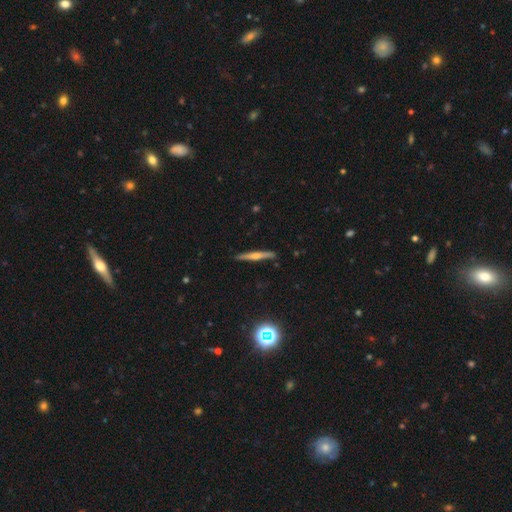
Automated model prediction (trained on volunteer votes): Morphology: type=featured or disk (63%); edge-on=yes (97%); edge-on bulge=rounded (82%); merging=none (90%).